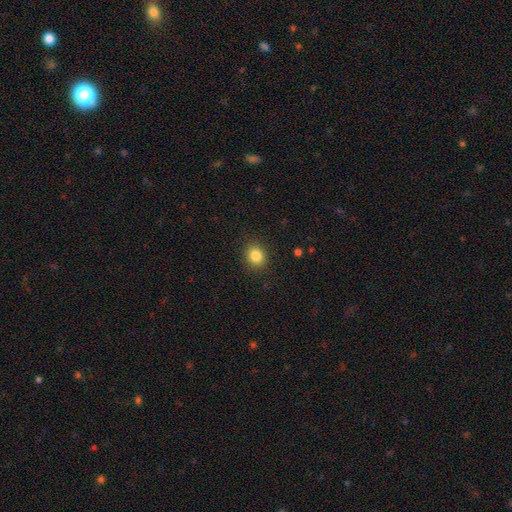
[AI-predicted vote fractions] Smooth or featured?
  - smooth: 84% *
  - star or artifact: 11%
  - featured or disk: 5%
How rounded?
  - round: 71% *
  - in between: 28%
  - cigar-shaped: 1%
Merging?
  - none: 90% *
  - minor disturbance: 7%
  - major disturbance: 2%
  - merger: 1%